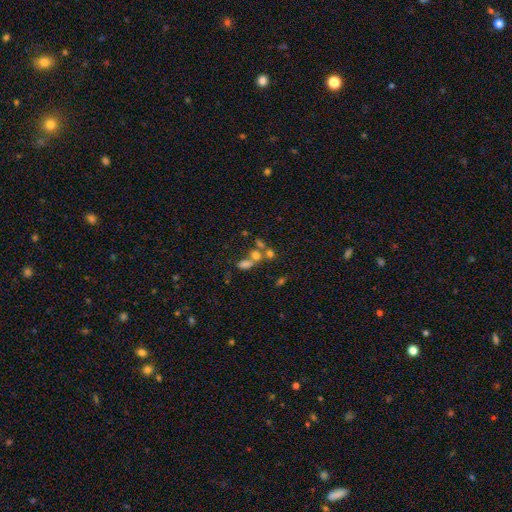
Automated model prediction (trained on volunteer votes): Smooth or featured? smooth (60%)
How rounded? in between (58%)
Merging? merger (51%)